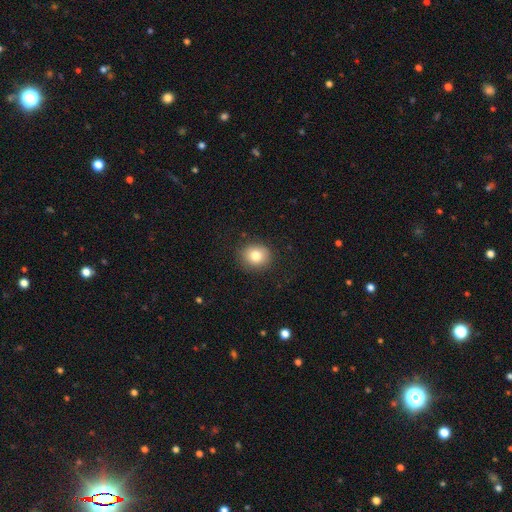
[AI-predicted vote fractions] This is clearly a smooth galaxy (82%). How rounded: likely round (77%). Merging: clearly none (87%).